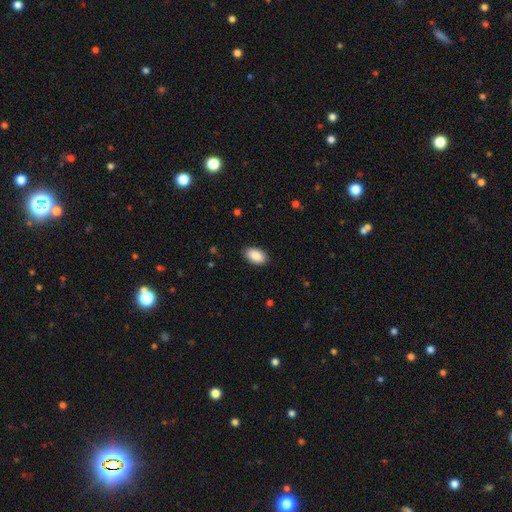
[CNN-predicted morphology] A smooth galaxy with no disk features (89%) that is in between round and cigar-shaped (94%). Merging: none (88%).